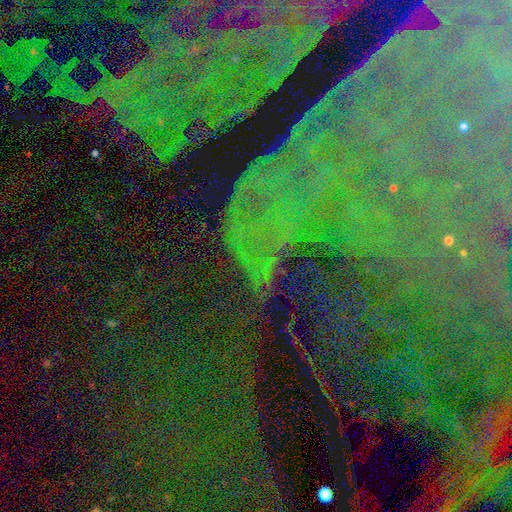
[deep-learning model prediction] Overall: star or artifact (83%).